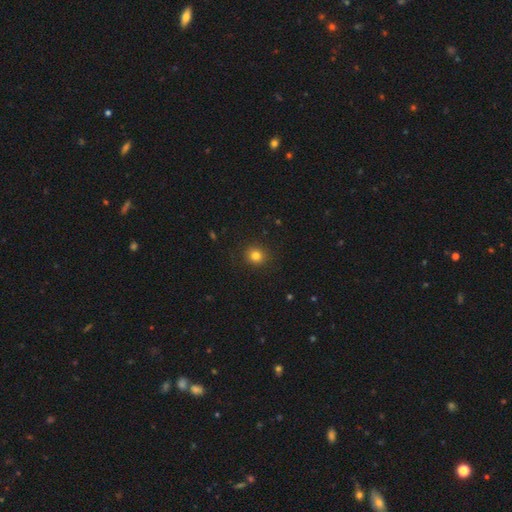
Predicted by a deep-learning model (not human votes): A smooth galaxy with no disk features (82%) that is round (87%). Merging: none (90%).